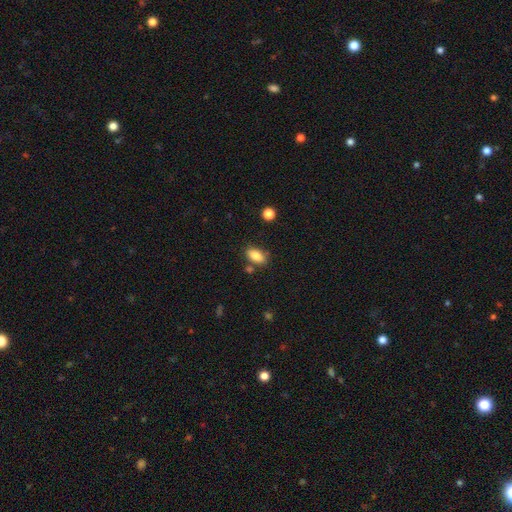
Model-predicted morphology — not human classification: This appears to be a smooth galaxy with no disk features (84%) that is in between round and cigar-shaped (90%). Merging: none (77%).